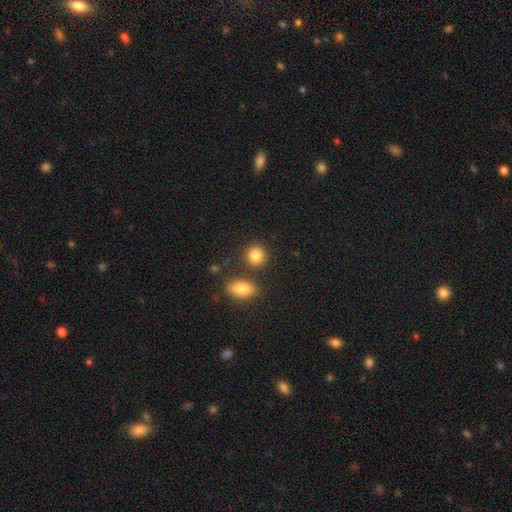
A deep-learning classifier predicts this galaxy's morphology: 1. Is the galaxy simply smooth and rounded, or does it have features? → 85% smooth, 9% star or artifact, 6% featured or disk.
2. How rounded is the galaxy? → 80% round, 18% in between, 1% cigar-shaped.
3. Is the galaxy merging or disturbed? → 81% none, 9% merger, 8% minor disturbance, 3% major disturbance.